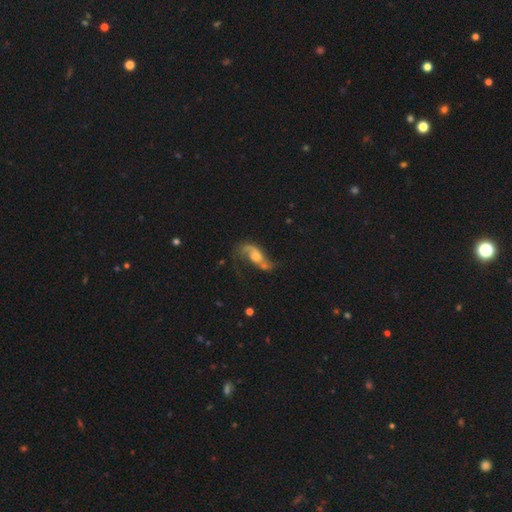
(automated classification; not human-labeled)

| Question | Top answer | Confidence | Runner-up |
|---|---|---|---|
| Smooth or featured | featured or disk | 70% | smooth (22%) |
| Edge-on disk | no | 93% | yes (7%) |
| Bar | no | 66% | weak (27%) |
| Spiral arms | yes | 86% | no (14%) |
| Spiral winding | loose | 61% | medium (29%) |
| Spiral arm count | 2 | 57% | 1 (34%) |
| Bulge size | moderate | 51% | small (26%) |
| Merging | none | 34% | major disturbance (28%) |